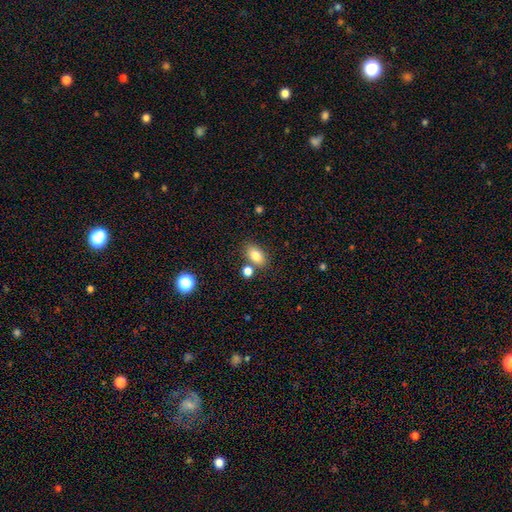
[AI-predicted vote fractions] This is clearly a smooth galaxy (81%). How rounded: clearly in between (86%). Merging: likely none (72%).